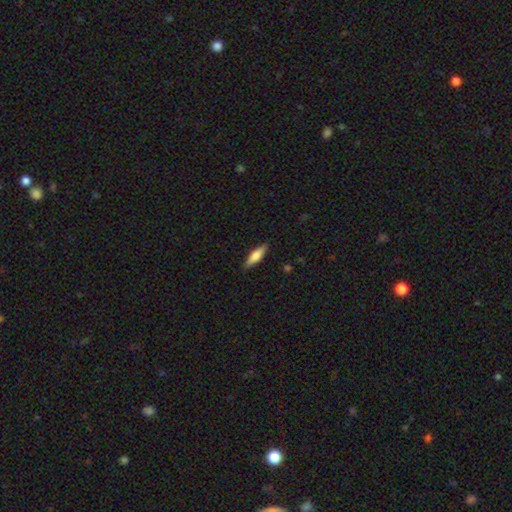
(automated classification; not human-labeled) Overall: smooth (60%; featured or disk 34%). How rounded: cigar-shaped (64%; in between 34%). Merging: none (89%).